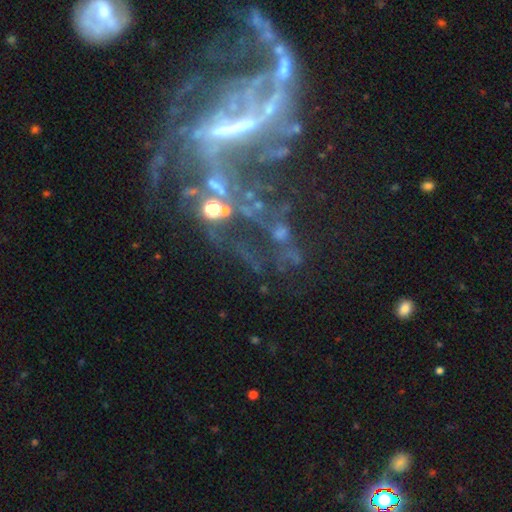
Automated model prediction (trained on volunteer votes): The model was most divided on "spiral arm count": can't tell: 34%, 2: 30%, 3: 11%, 1: 10%, 4: 8%, more than 4: 7%. Remaining: edge-on disk — no (95%); smooth or featured — featured or disk (77%); spiral arms — yes (70%); spiral winding — loose (56%); bar — strong (45%); merging — major disturbance (44%); bulge size — none (41%).